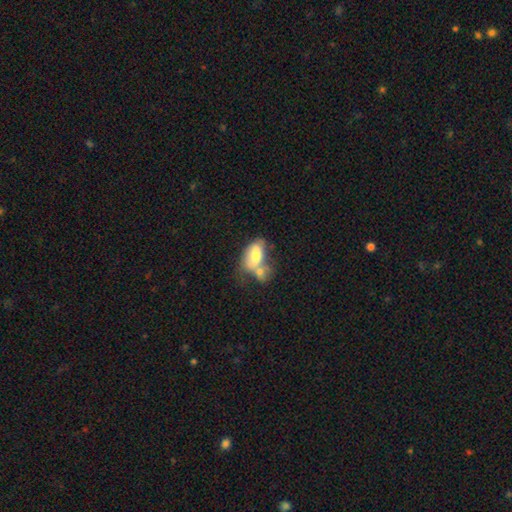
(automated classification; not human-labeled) A smooth galaxy with no disk features (66%) that is in between round and cigar-shaped (91%).

Vote fractions:
- Smooth or featured? smooth: 66% / featured or disk: 27% / star or artifact: 7%
- How rounded? in between: 91% / round: 6% / cigar-shaped: 4%
- Merging? merger: 56% / none: 20% / minor disturbance: 14% / major disturbance: 11%